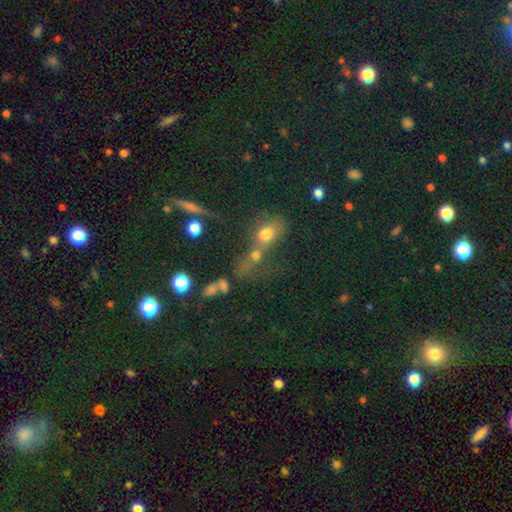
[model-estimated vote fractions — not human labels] A smooth galaxy with no disk features (63%) that is round (50%). Merging: merger (61%).